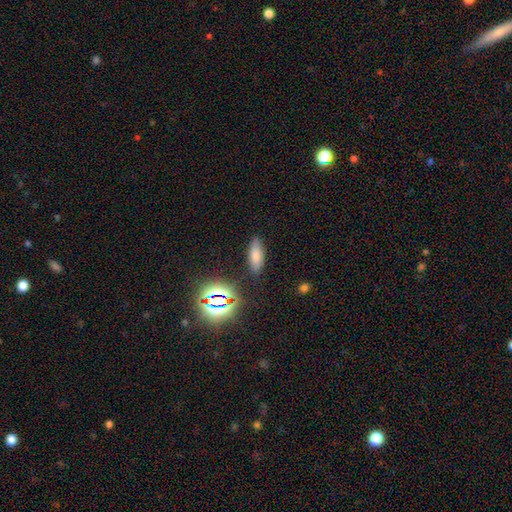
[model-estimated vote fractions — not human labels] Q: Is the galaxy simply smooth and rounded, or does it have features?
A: smooth — 73%.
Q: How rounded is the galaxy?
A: in between — 68%.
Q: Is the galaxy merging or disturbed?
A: none — 83%.